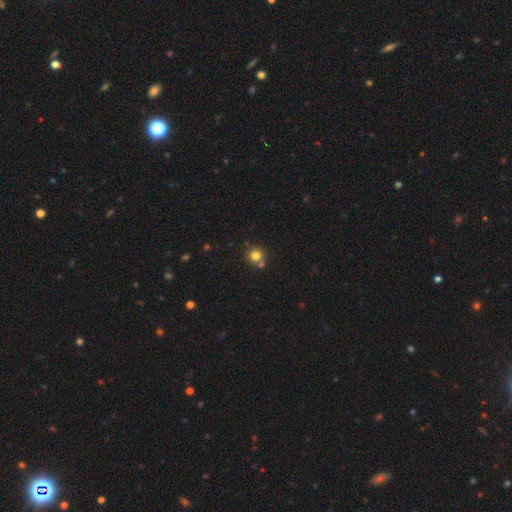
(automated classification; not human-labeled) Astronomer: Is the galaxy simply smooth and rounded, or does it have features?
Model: smooth — 79%.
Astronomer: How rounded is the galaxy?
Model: round — 92%.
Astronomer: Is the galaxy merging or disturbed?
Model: none — 69%.